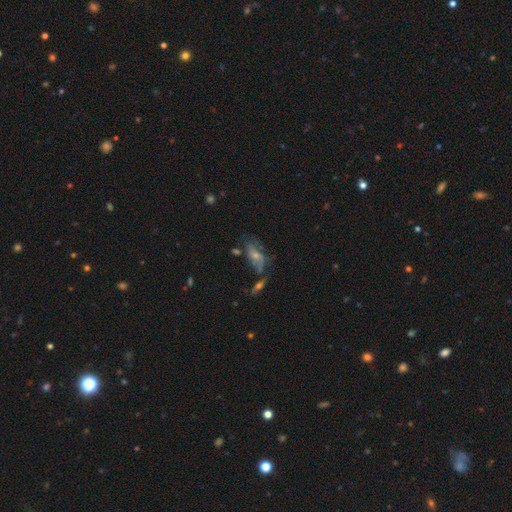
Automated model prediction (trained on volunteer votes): This is possibly a featured or disk galaxy (46%). Merging: marginally none (36%).